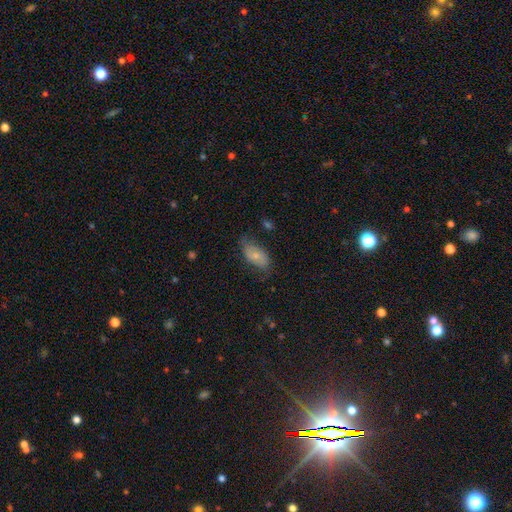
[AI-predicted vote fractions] smooth-or-featured: smooth: 60% | featured or disk: 32% | star or artifact: 7%
  how-rounded: in between: 92% | round: 4% | cigar-shaped: 3%
  merging: none: 61% | minor disturbance: 28% | major disturbance: 10% | merger: 2%